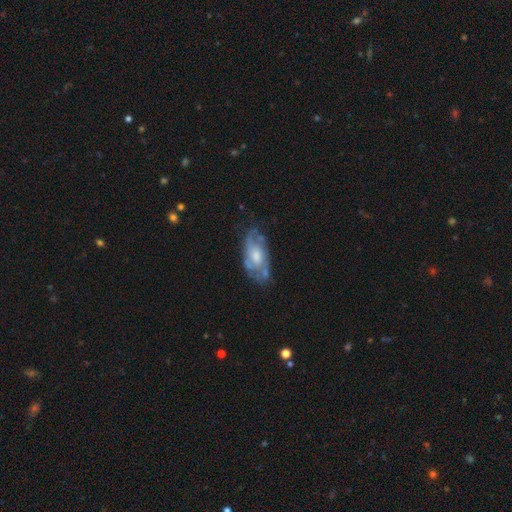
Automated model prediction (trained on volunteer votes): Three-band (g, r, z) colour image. It shows a featured or disk galaxy (69%) with no bar (71%), spiral arms (72%) and a moderate central bulge (55%). Merging: none (58%).